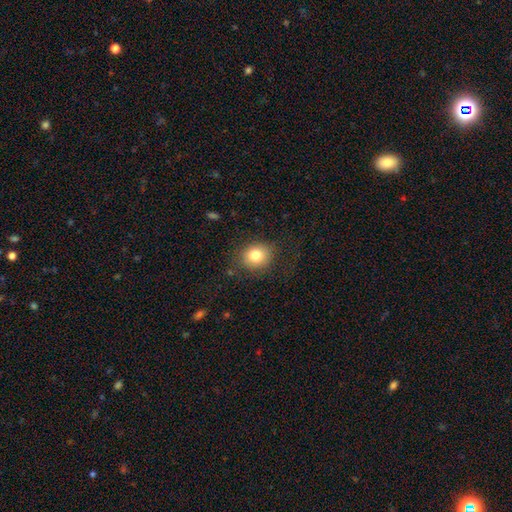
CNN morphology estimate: smooth-or-featured: smooth: 79% | star or artifact: 11% | featured or disk: 10%
  how-rounded: round: 71% | in between: 28% | cigar-shaped: 1%
  merging: none: 82% | minor disturbance: 12% | major disturbance: 5% | merger: 1%